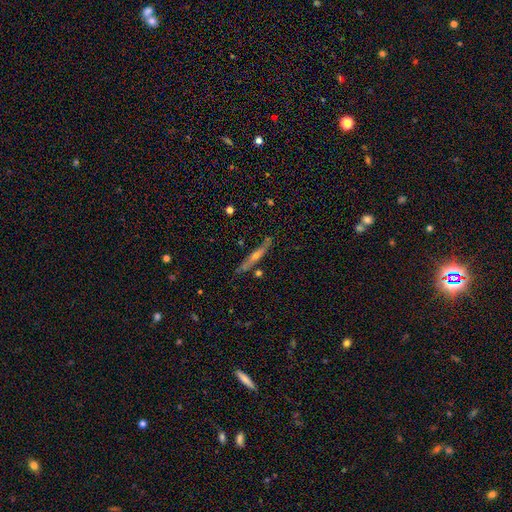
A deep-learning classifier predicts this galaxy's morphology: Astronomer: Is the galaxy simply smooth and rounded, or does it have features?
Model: featured or disk — 65%.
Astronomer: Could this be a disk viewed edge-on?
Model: yes — 92%.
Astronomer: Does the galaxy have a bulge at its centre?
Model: rounded — 76%.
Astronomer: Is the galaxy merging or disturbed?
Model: none — 81%.